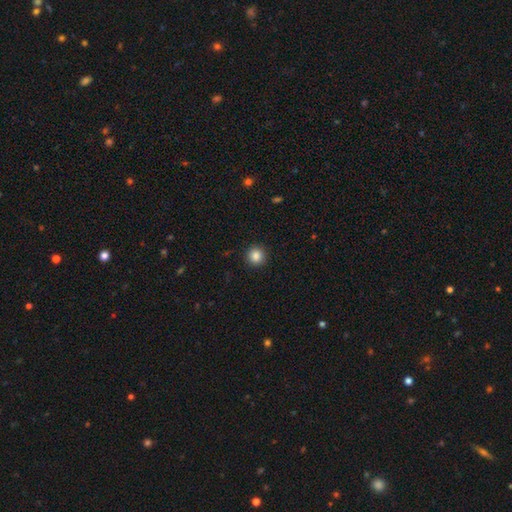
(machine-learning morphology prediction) The model was most divided on "smooth or featured": smooth: 86%, star or artifact: 10%, featured or disk: 4%. More confident: how rounded — round (94%); merging — none (92%).